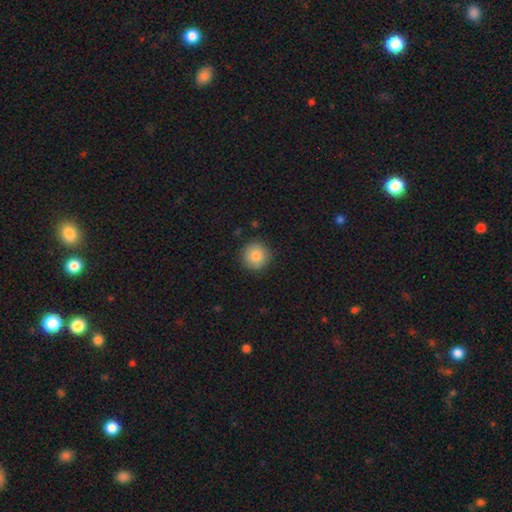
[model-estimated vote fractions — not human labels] The model was most divided on "smooth or featured": smooth: 85%, star or artifact: 9%, featured or disk: 7%. More confident: how rounded — round (94%); merging — none (89%).